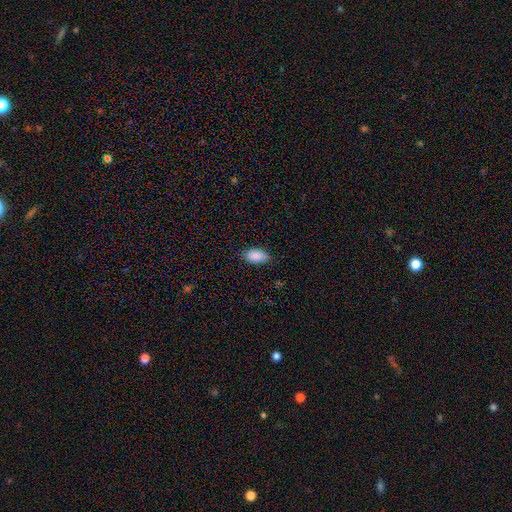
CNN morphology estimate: This appears to be a smooth galaxy with no disk features (89%) that is in between round and cigar-shaped (93%). Merging: none (82%).